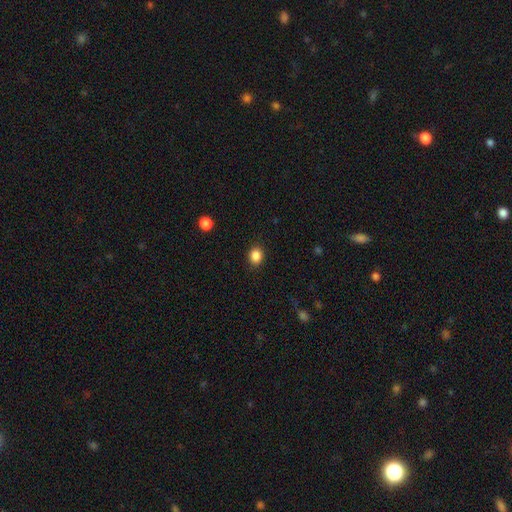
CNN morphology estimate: Smooth or featured? smooth (87%)
How rounded? round (60%)
Merging? none (89%)